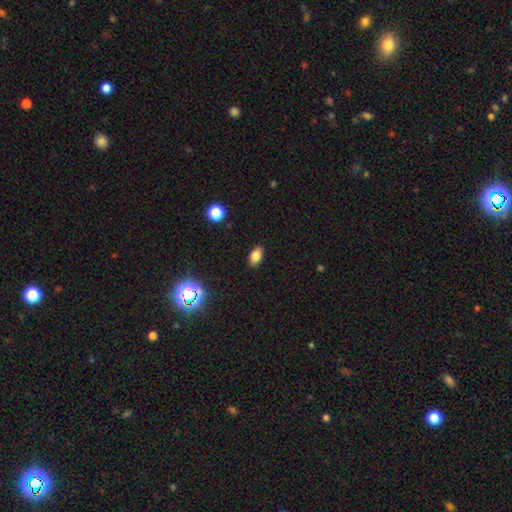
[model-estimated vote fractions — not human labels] Q: Smooth or featured?
A: smooth (81%); runner-up: star or artifact (12%)
Q: How rounded?
A: in between (89%); runner-up: round (9%)
Q: Merging?
A: none (88%); runner-up: minor disturbance (9%)